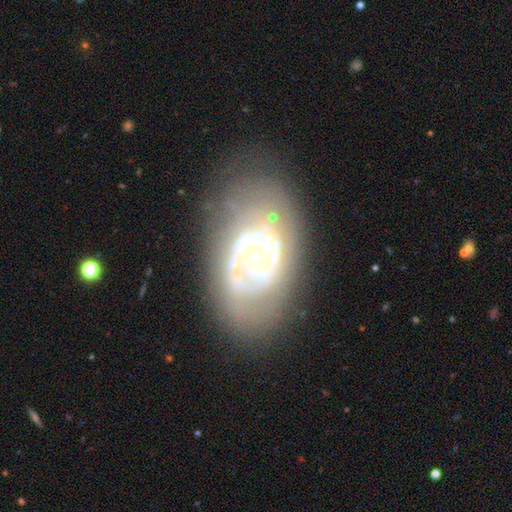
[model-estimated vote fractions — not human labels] featured or disk 78%, smooth 15%, star or artifact 7%. Down the decision tree: edge-on disk — no (95%); bar — no (73%); spiral arms — yes (62%); bulge size — small (63%); merging — none (65%).